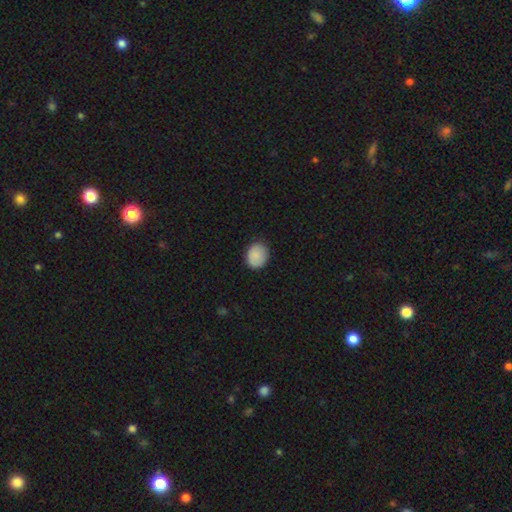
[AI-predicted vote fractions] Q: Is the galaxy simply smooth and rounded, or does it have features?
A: smooth — 88%.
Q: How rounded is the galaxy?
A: round — 62%.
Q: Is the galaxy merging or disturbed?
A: none — 83%.